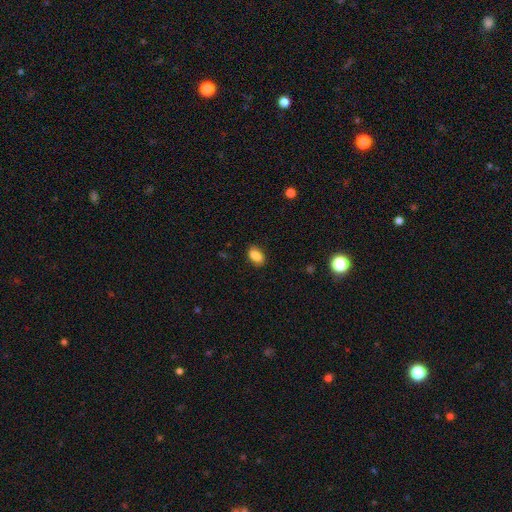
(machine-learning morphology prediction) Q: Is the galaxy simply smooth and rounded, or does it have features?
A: smooth — 86%.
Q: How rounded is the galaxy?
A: in between — 88%.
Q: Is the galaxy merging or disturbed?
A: none — 82%.